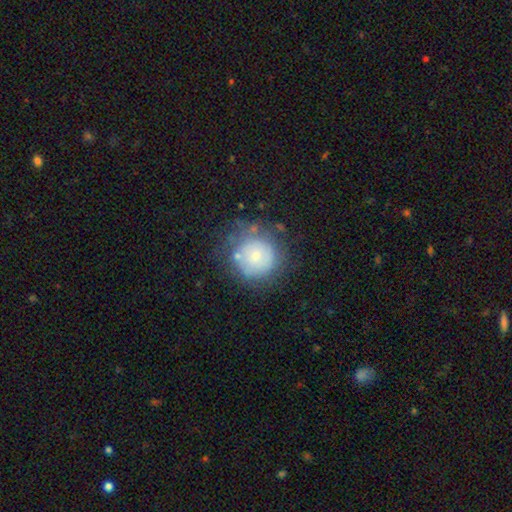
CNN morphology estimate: type=smooth (63%); roundness=round (93%); merging=none (64%).